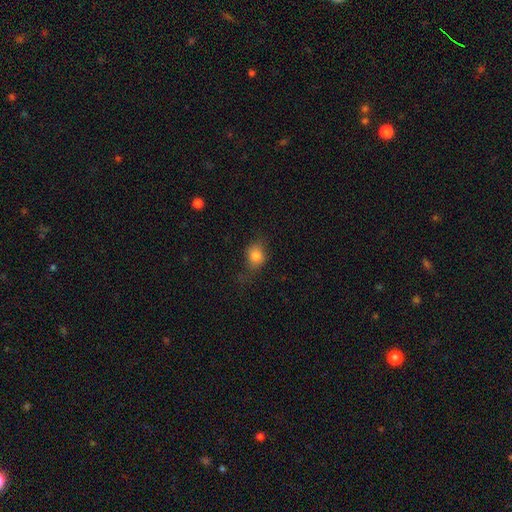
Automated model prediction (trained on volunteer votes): smooth_or_featured: smooth (p=0.78) [alt: featured or disk p=0.11]
how_rounded: round (p=0.56) [alt: in between p=0.42]
merging: none (p=0.57) [alt: minor disturbance p=0.27]